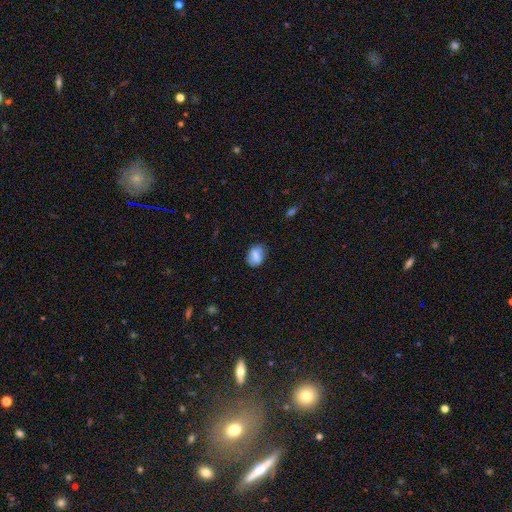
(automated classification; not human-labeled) Smooth or featured? Predicted: smooth (p=0.75). How rounded? Predicted: in between (p=0.68). Merging? Predicted: none (p=0.74).